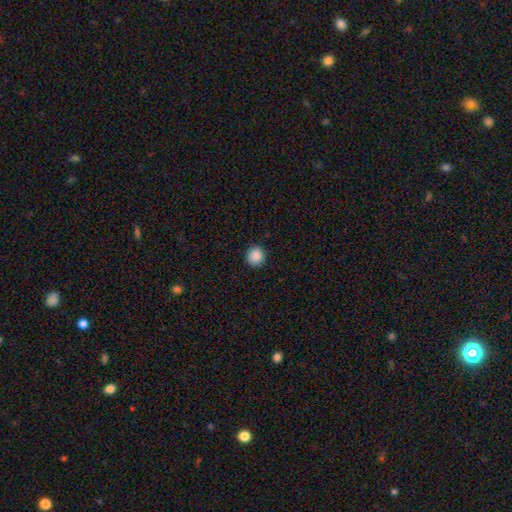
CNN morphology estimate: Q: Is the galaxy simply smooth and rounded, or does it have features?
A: smooth — 89%.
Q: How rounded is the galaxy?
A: round — 90%.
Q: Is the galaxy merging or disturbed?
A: none — 91%.